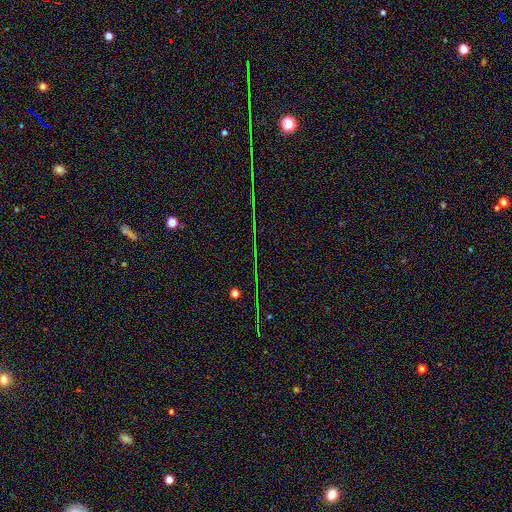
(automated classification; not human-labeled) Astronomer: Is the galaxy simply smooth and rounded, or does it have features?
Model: star or artifact — 83%.